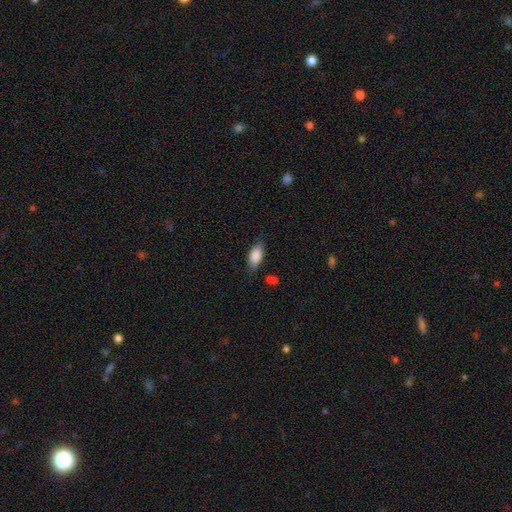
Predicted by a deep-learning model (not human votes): A smooth galaxy with no disk features (85%) that is in between round and cigar-shaped (86%).

Vote fractions:
- Smooth or featured? smooth: 85% / featured or disk: 8% / star or artifact: 6%
- How rounded? in between: 86% / cigar-shaped: 12% / round: 2%
- Merging? none: 75% / minor disturbance: 18% / major disturbance: 4% / merger: 3%